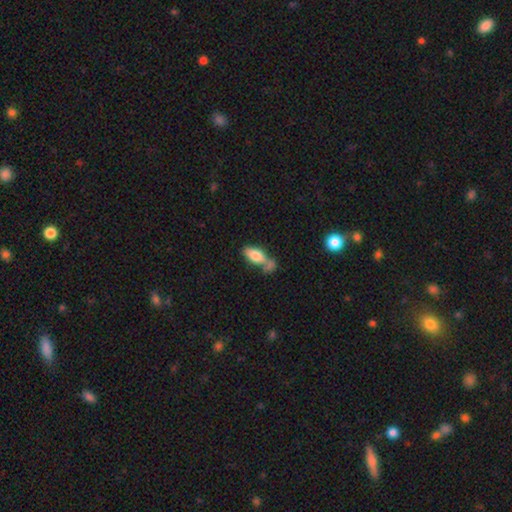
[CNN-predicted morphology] A smooth galaxy with no disk features (76%) that is in between round and cigar-shaped (84%). Merging: merger (39%).